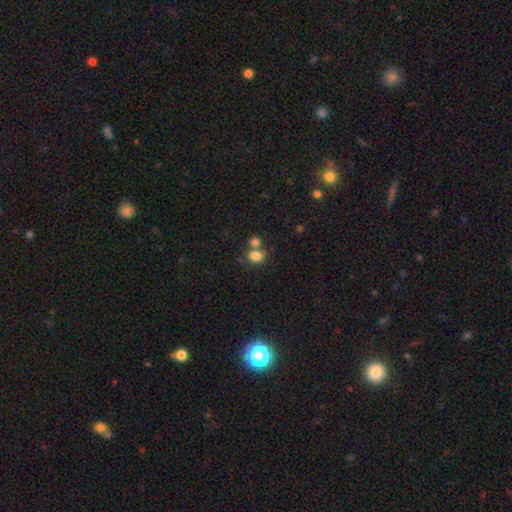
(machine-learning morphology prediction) smooth-or-featured: smooth: 80% | star or artifact: 11% | featured or disk: 9%
  how-rounded: in between: 57% | round: 42% | cigar-shaped: 1%
  merging: none: 45% | merger: 39% | minor disturbance: 11% | major disturbance: 5%